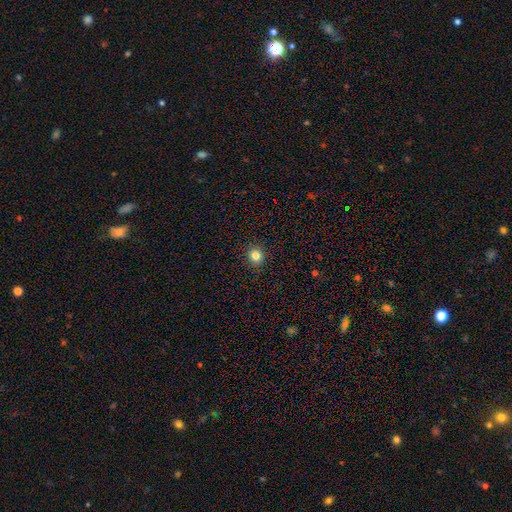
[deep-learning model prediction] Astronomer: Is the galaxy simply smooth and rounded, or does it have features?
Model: smooth — 83%.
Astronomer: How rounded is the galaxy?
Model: round — 88%.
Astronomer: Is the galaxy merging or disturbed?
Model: none — 91%.